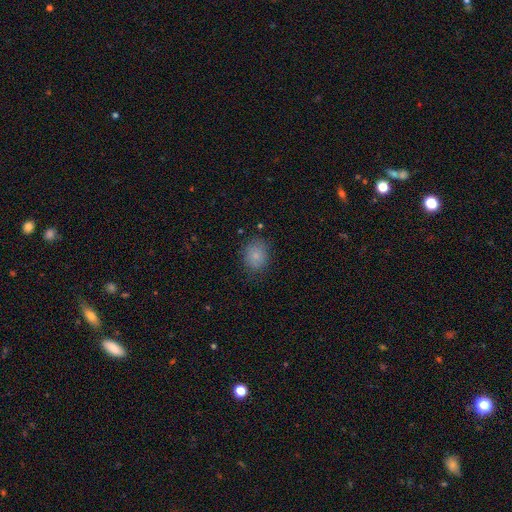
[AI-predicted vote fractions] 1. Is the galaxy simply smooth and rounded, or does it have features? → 81% smooth, 10% star or artifact, 9% featured or disk.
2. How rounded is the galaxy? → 61% round, 38% in between, 1% cigar-shaped.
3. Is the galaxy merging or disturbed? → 79% none, 15% minor disturbance, 4% major disturbance, 1% merger.